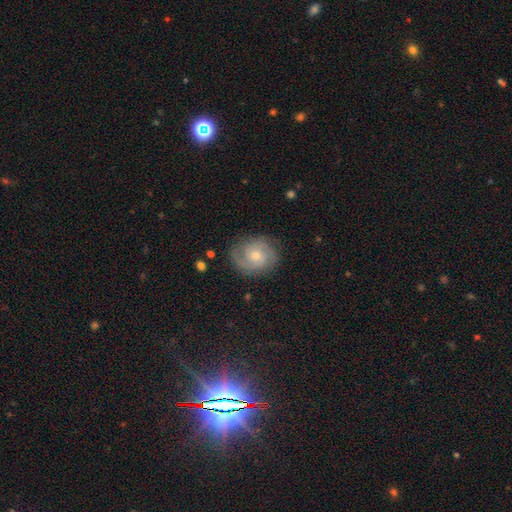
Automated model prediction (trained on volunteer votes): smooth-or-featured: featured or disk: 74% | smooth: 20% | star or artifact: 7%
  disk-edge-on: no: 98% | yes: 2%
    bar: no: 71% | weak: 26% | strong: 3%
    has-spiral-arms: yes: 93% | no: 7%
      spiral-winding: tight: 53% | medium: 37% | loose: 10%
      spiral-arm-count: 2: 53% | can't tell: 18% | 3: 17% | 1: 4% | 4: 4% | more than 4: 3%
    bulge-size: small: 48% | moderate: 47% | large: 2% | none: 2% | dominant: 1%
  merging: none: 81% | minor disturbance: 13% | major disturbance: 4% | merger: 1%